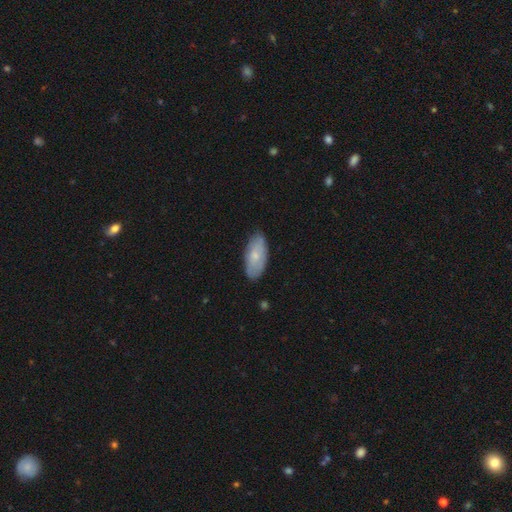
Smooth or featured? smooth (65%)
How rounded? in between (96%)
Merging? none (83%)